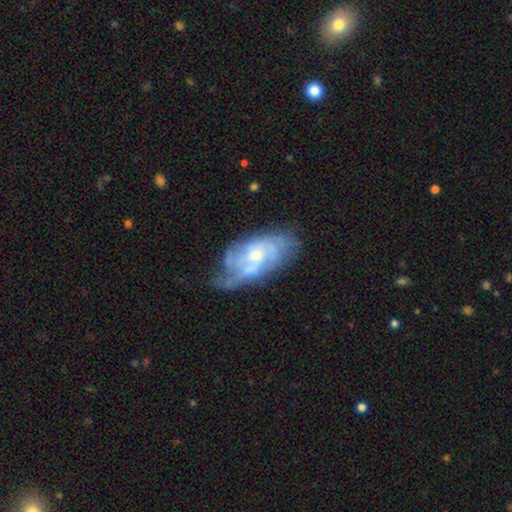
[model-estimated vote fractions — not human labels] Smooth or featured?
  - featured or disk: 77% *
  - smooth: 17%
  - star or artifact: 6%
Edge-on disk?
  - no: 95% *
  - yes: 5%
Bar?
  - no: 68% *
  - weak: 28%
  - strong: 4%
Spiral arms?
  - yes: 84% *
  - no: 16%
Spiral winding?
  - tight: 47% *
  - medium: 38%
  - loose: 15%
Spiral arm count?
  - can't tell: 47% *
  - 2: 19%
  - 3: 15%
  - 4: 10%
  - 1: 5%
  - more than 4: 4%
Bulge size?
  - small: 50% *
  - moderate: 42%
  - none: 4%
  - large: 3%
  - dominant: 1%
Merging?
  - none: 53% *
  - minor disturbance: 28%
  - major disturbance: 15%
  - merger: 4%